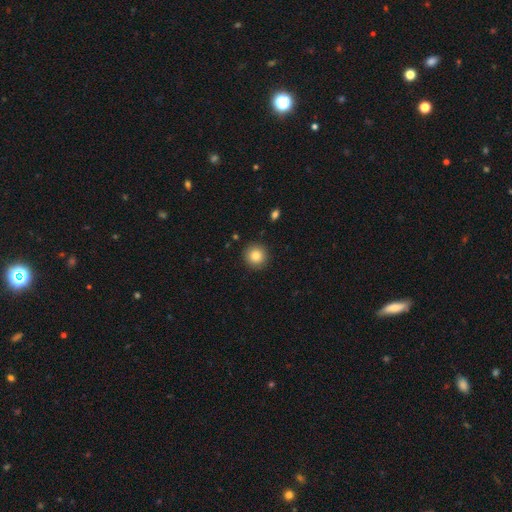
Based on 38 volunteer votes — A smooth galaxy with no disk features (87%) that is round (97%). Merging: none (84%).